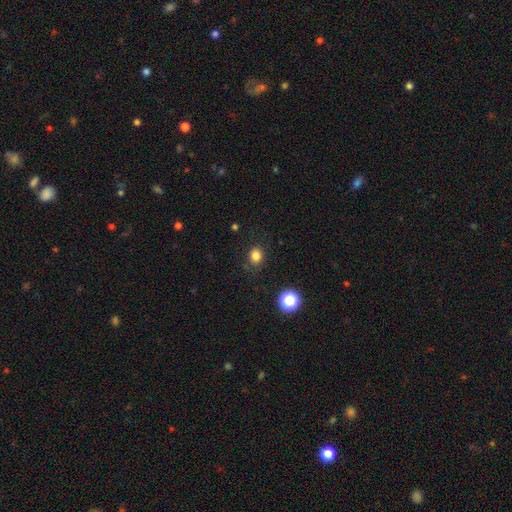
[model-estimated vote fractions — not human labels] This appears to be a smooth galaxy with no disk features (82%) that is round (64%). Merging: none (82%).